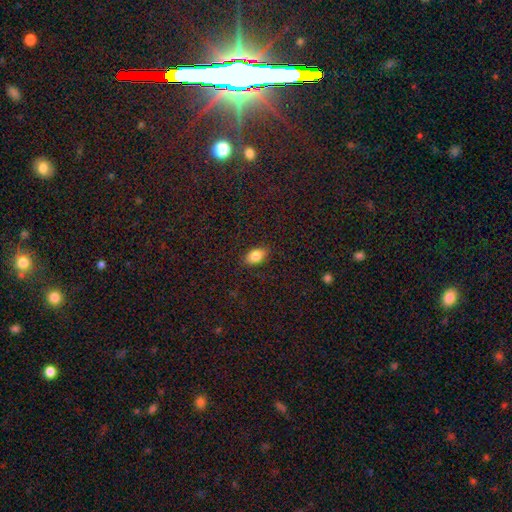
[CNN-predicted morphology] Smooth or featured?
  - smooth: 84% *
  - star or artifact: 9%
  - featured or disk: 8%
How rounded?
  - in between: 90% *
  - round: 8%
  - cigar-shaped: 2%
Merging?
  - none: 87% *
  - minor disturbance: 10%
  - major disturbance: 3%
  - merger: 1%